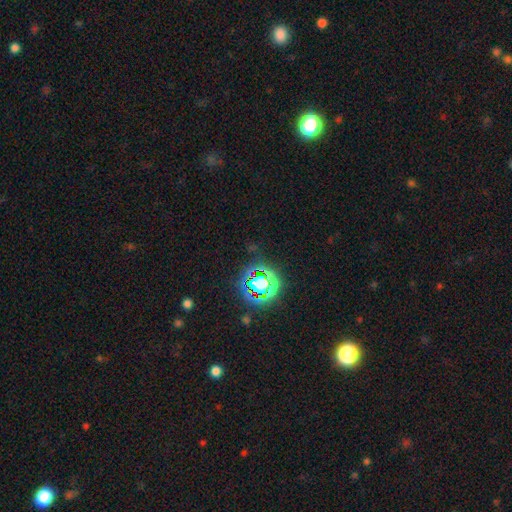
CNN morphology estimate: Overall: star or artifact (76%).